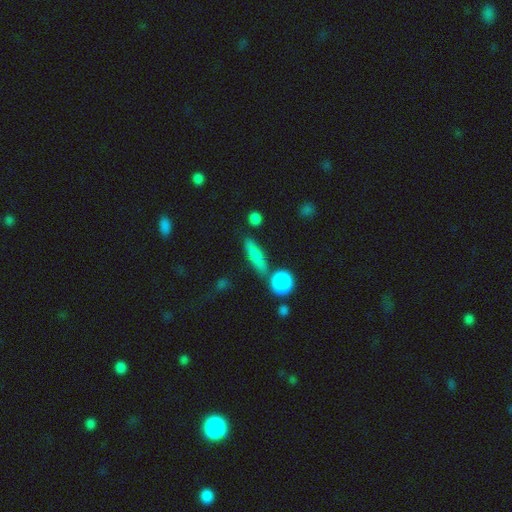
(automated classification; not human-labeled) smooth-or-featured: smooth: 73% | featured or disk: 17% | star or artifact: 10%
  how-rounded: cigar-shaped: 64% | in between: 28% | round: 8%
  merging: none: 69% | minor disturbance: 16% | merger: 10% | major disturbance: 5%